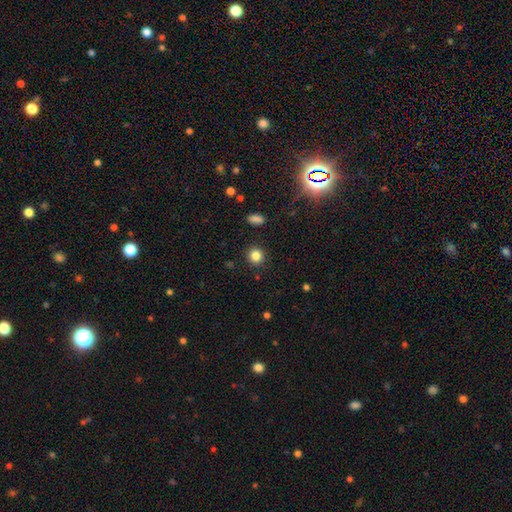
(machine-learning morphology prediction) The model was most divided on "smooth or featured": smooth: 83%, star or artifact: 12%, featured or disk: 4%. More confident: merging — none (91%); how rounded — round (90%).